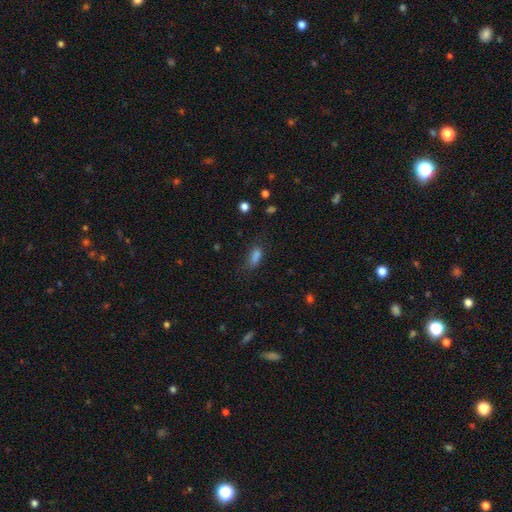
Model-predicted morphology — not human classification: This appears to be a smooth galaxy with no disk features (76%) that is in between round and cigar-shaped (74%). Merging: none (56%).